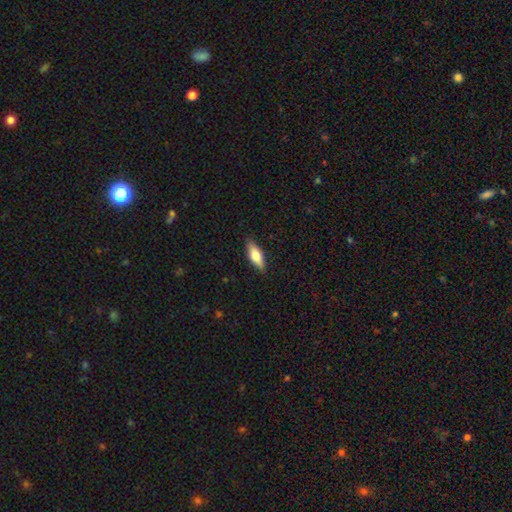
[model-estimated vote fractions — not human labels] A smooth galaxy with no disk features (74%) that is in between round and cigar-shaped (68%).

Vote fractions:
- Smooth or featured? smooth: 74% / featured or disk: 20% / star or artifact: 6%
- How rounded? in between: 68% / cigar-shaped: 29% / round: 2%
- Merging? none: 86% / minor disturbance: 11% / major disturbance: 2% / merger: 1%